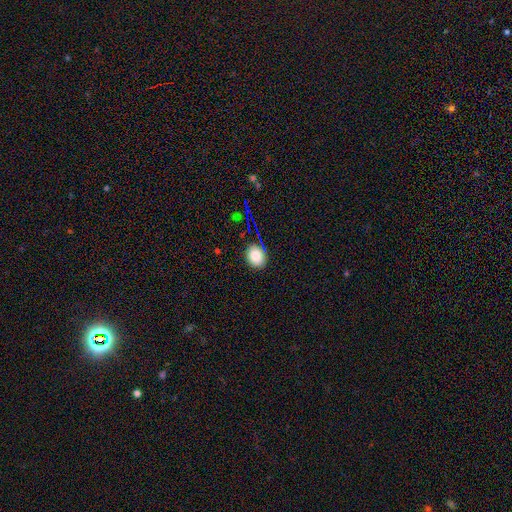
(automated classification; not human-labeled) smooth_or_featured: smooth (p=0.81) [alt: star or artifact p=0.12]
how_rounded: round (p=0.52) [alt: in between p=0.47]
merging: none (p=0.82) [alt: minor disturbance p=0.13]